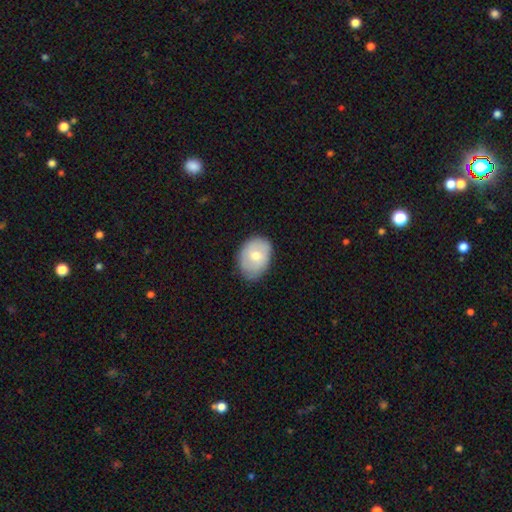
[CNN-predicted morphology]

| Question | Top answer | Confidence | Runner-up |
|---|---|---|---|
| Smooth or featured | smooth | 67% | featured or disk (26%) |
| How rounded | in between | 72% | round (27%) |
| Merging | none | 70% | minor disturbance (25%) |